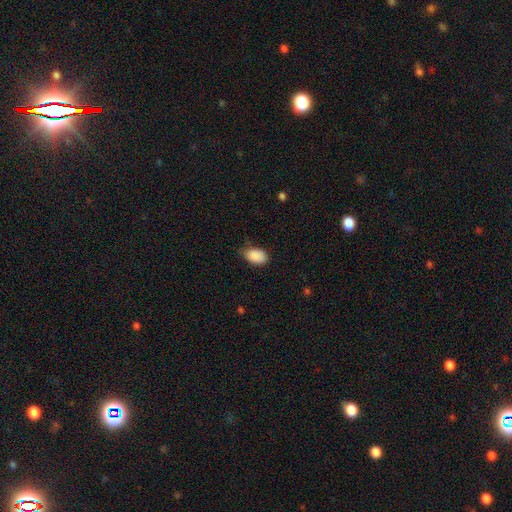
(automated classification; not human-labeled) Smooth or featured?
  - smooth: 89% *
  - star or artifact: 7%
  - featured or disk: 3%
How rounded?
  - in between: 91% *
  - round: 8%
  - cigar-shaped: 1%
Merging?
  - none: 69% *
  - minor disturbance: 26%
  - major disturbance: 4%
  - merger: 1%